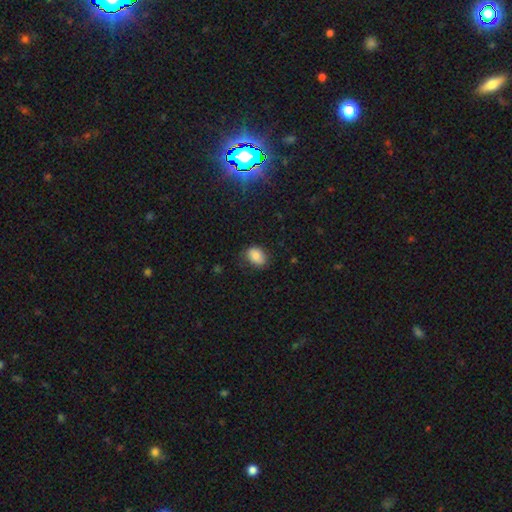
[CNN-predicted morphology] Smooth or featured? smooth (83%)
How rounded? in between (74%)
Merging? none (76%)